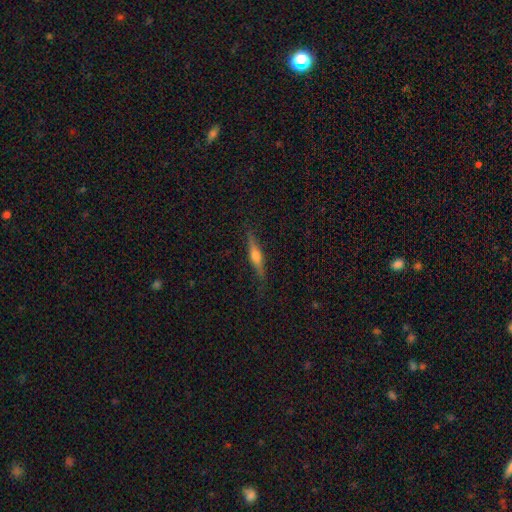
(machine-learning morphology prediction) smooth_or_featured: featured or disk (p=0.61) [alt: smooth p=0.33]
disk_edge_on: yes (p=0.97) [alt: no p=0.03]
edge_on_bulge: rounded (p=0.91) [alt: boxy p=0.05]
merging: none (p=0.85) [alt: minor disturbance p=0.11]